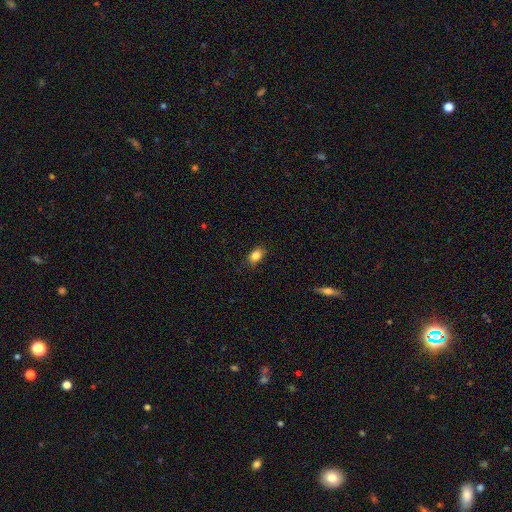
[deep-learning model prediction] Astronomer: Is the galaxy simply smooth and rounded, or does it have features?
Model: smooth — 85%.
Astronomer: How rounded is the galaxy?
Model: in between — 79%.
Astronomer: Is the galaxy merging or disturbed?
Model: none — 85%.